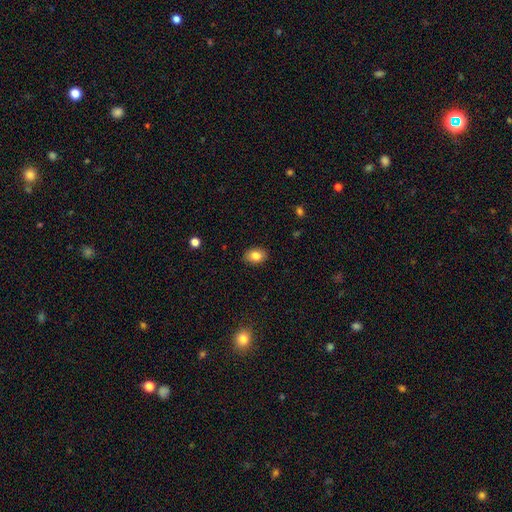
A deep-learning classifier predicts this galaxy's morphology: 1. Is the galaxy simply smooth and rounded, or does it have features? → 82% smooth, 9% featured or disk, 9% star or artifact.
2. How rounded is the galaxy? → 77% in between, 22% round, 1% cigar-shaped.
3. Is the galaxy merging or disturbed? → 87% none, 10% minor disturbance, 2% major disturbance, 1% merger.